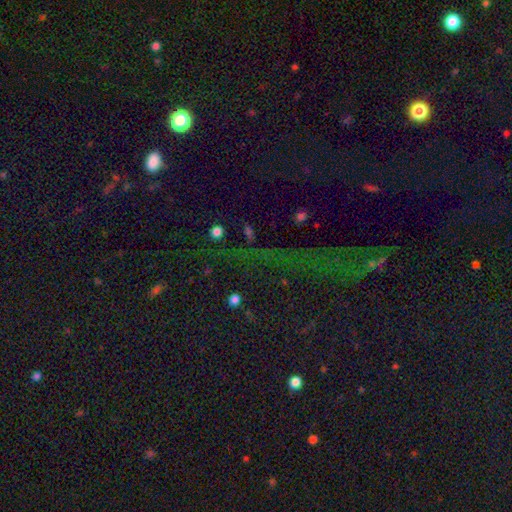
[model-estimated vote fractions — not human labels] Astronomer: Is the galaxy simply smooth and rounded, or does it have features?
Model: star or artifact — 74%.